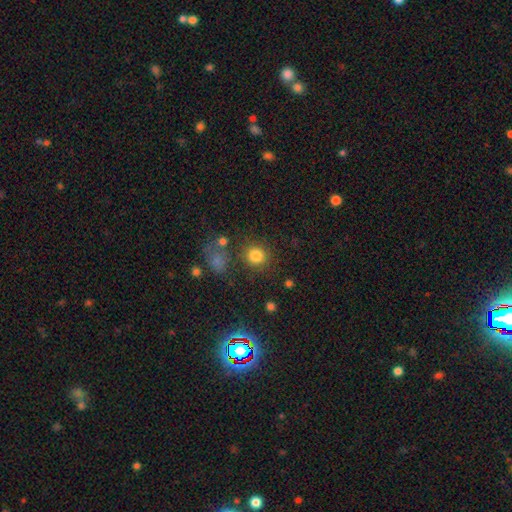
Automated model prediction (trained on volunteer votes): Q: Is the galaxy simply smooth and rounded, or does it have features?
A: smooth — 82%.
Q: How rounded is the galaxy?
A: round — 89%.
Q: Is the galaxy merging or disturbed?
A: none — 79%.